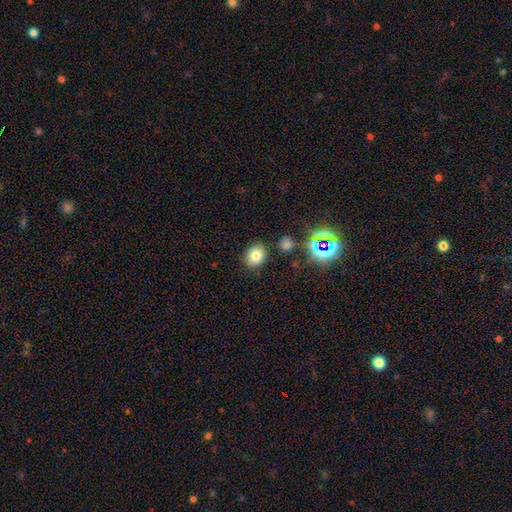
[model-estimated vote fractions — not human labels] A smooth galaxy with no disk features (77%) that is in between round and cigar-shaped (50%). Merging: none (84%).